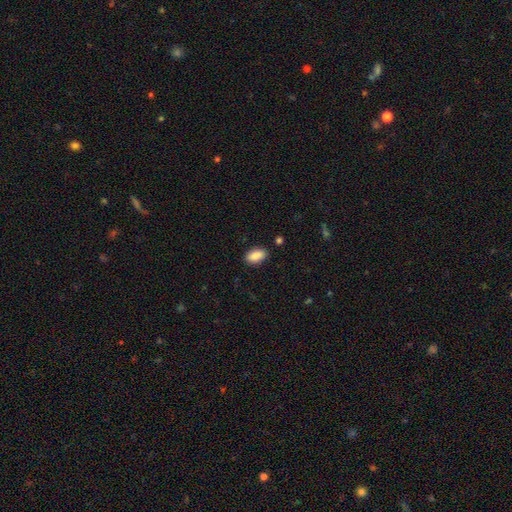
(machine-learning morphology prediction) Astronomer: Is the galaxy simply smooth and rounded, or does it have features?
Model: smooth — 88%.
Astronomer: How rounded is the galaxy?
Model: in between — 92%.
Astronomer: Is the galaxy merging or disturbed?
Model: none — 87%.